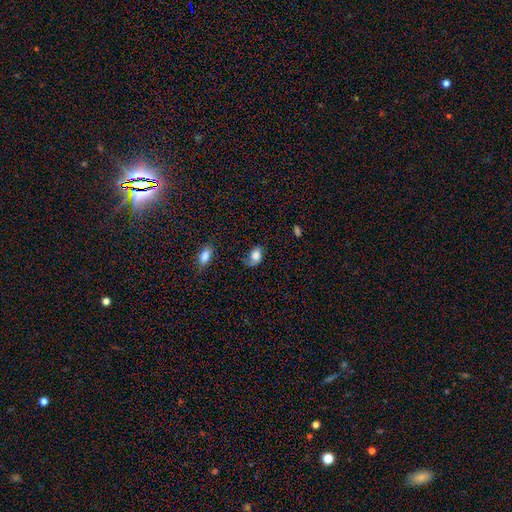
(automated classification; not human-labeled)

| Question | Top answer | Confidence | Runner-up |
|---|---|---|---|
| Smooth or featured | smooth | 63% | featured or disk (28%) |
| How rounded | in between | 68% | round (31%) |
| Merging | none | 40% | minor disturbance (29%) |